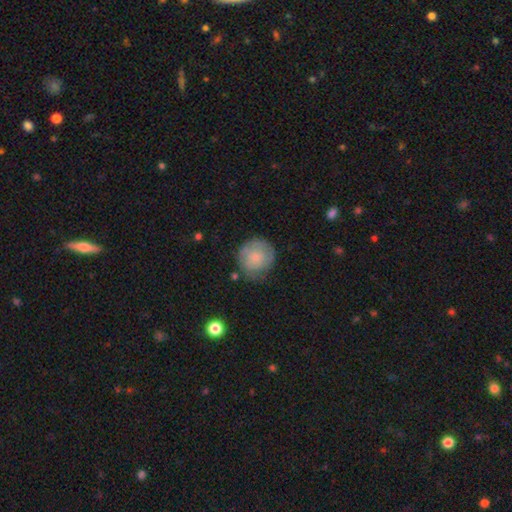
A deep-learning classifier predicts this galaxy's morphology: type=smooth (68%); roundness=round (90%); merging=none (69%).